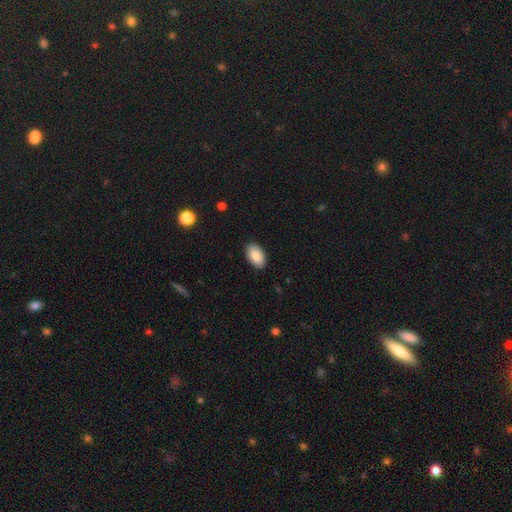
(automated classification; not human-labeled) This appears to be a smooth galaxy with no disk features (87%) that is in between round and cigar-shaped (94%). Merging: none (89%).